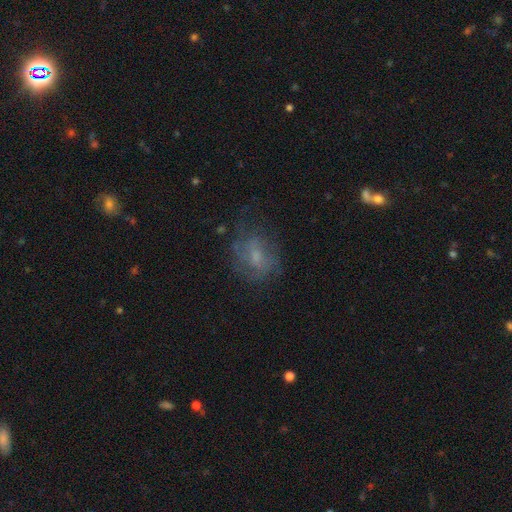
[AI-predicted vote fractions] smooth_or_featured: featured or disk (p=0.45) [alt: smooth p=0.41]
merging: none (p=0.58) [alt: minor disturbance p=0.22]